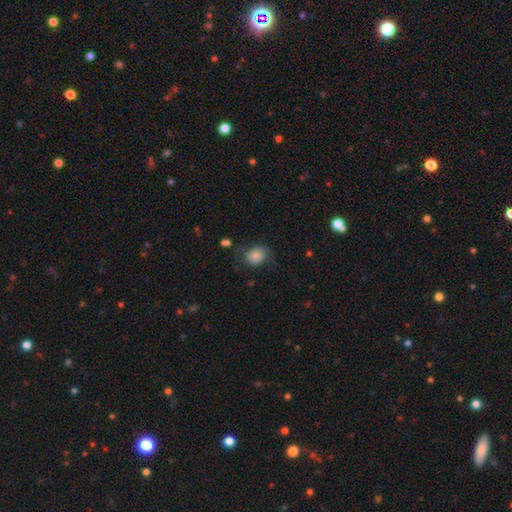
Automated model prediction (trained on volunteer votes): Smooth or featured? smooth (80%)
How rounded? round (50%)
Merging? none (58%)